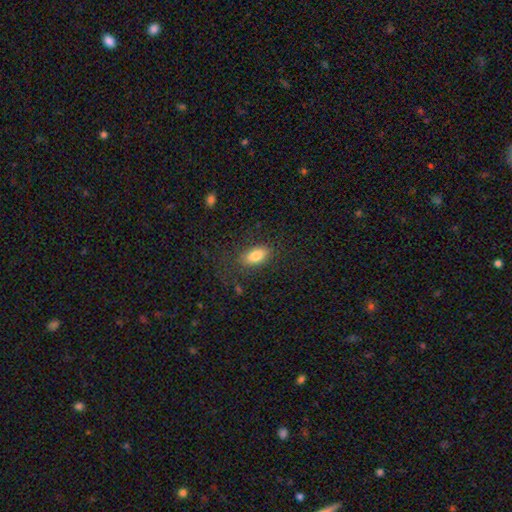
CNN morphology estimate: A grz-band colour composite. It shows a smooth galaxy with no disk features (81%) that is in between round and cigar-shaped (88%). Merging: none (80%).